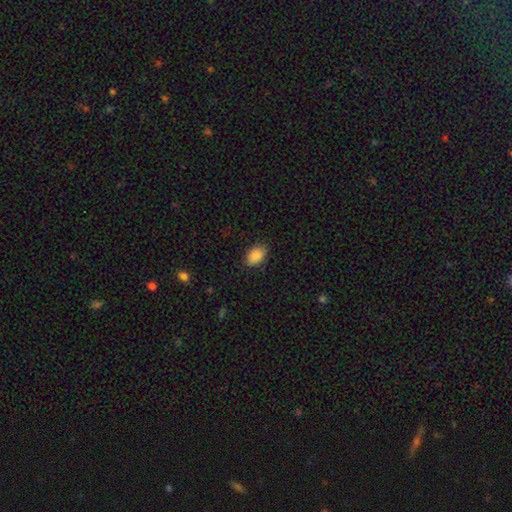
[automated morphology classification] This is clearly a smooth galaxy (88%). How rounded: clearly in between (89%). Merging: clearly none (86%).